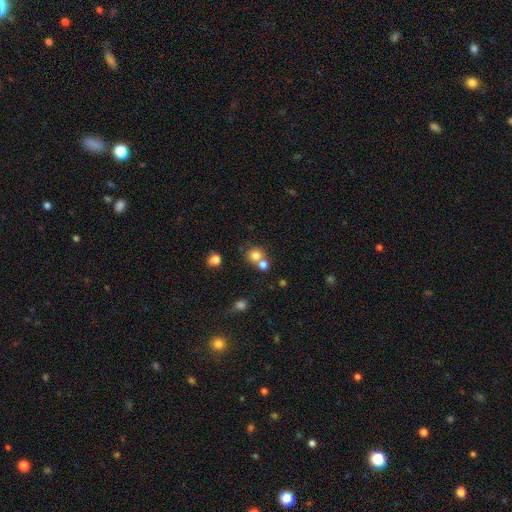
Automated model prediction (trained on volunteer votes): This is likely a smooth galaxy (78%). How rounded: clearly round (86%). Merging: possibly none (51%).